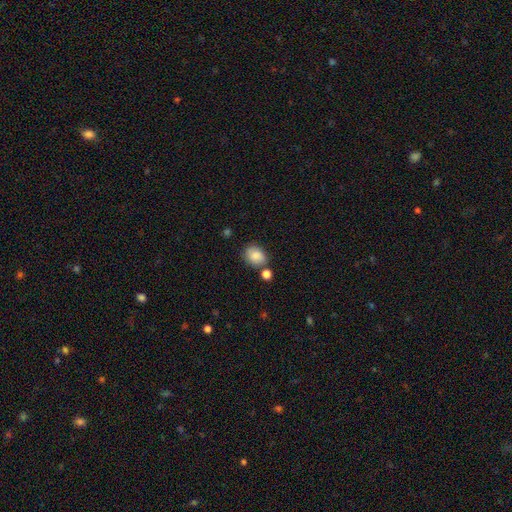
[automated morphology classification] A smooth galaxy with no disk features (85%) that is in between round and cigar-shaped (62%). Merging: none (67%).